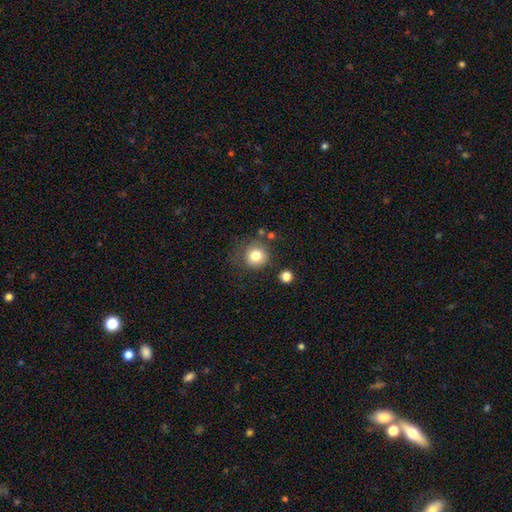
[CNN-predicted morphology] This is clearly a smooth galaxy (81%). How rounded: clearly round (91%). Merging: likely none (74%).